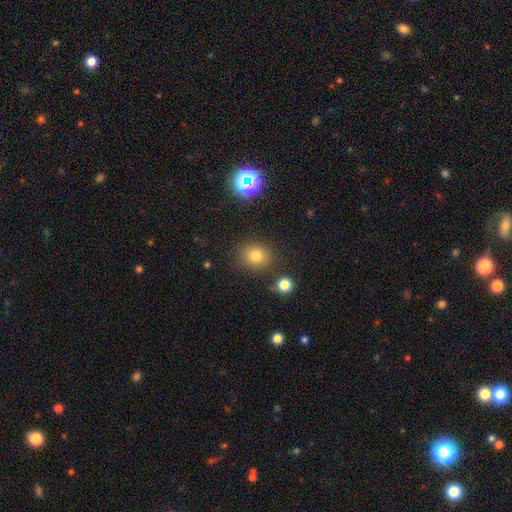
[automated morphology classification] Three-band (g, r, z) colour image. It shows a smooth galaxy with no disk features (77%) that is round (72%). Merging: none (81%).